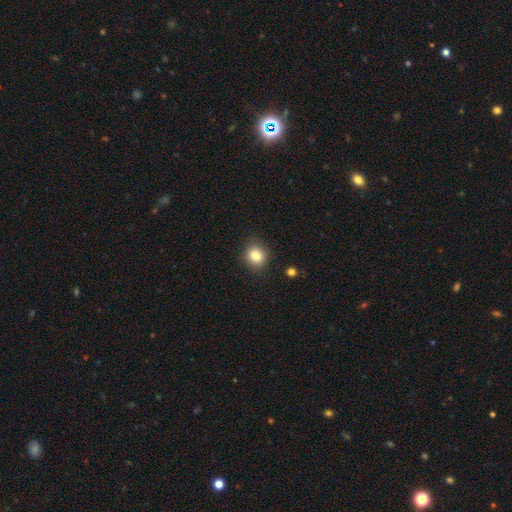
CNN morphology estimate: Smooth or featured: smooth — 83% (star or artifact — 11%)
How rounded: round — 76% (in between — 23%)
Merging: none — 88% (minor disturbance — 9%)